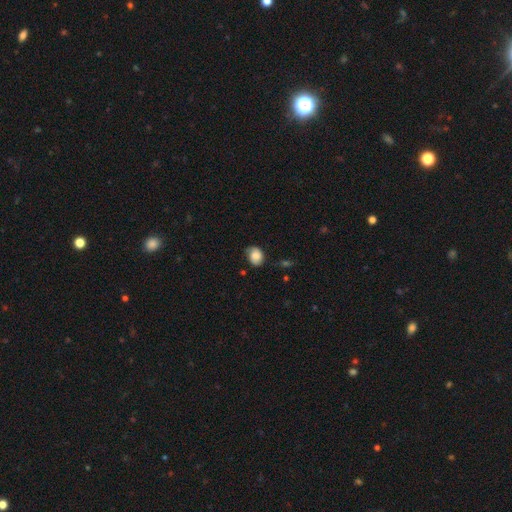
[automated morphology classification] smooth 70%, featured or disk 21%, star or artifact 9%. Down the decision tree: how rounded — in between (51%); merging — none (61%).